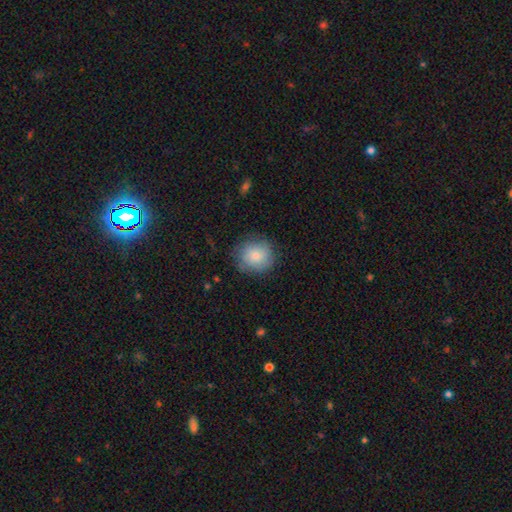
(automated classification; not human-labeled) Smooth or featured?
  - smooth: 80% *
  - featured or disk: 12%
  - star or artifact: 7%
How rounded?
  - round: 88% *
  - in between: 11%
  - cigar-shaped: 1%
Merging?
  - none: 79% *
  - minor disturbance: 16%
  - major disturbance: 5%
  - merger: 1%